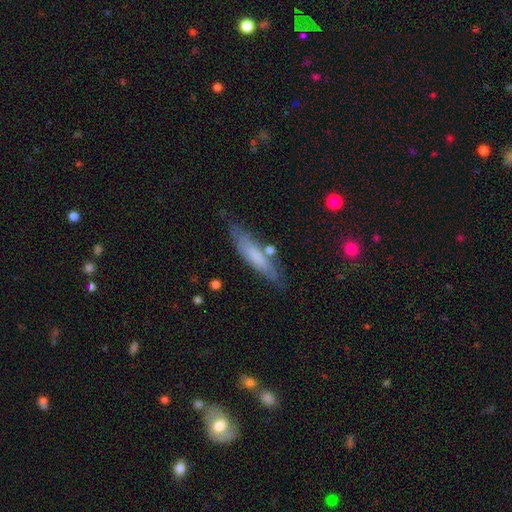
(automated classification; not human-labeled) Smooth or featured? smooth (60%)
How rounded? cigar-shaped (77%)
Merging? none (71%)